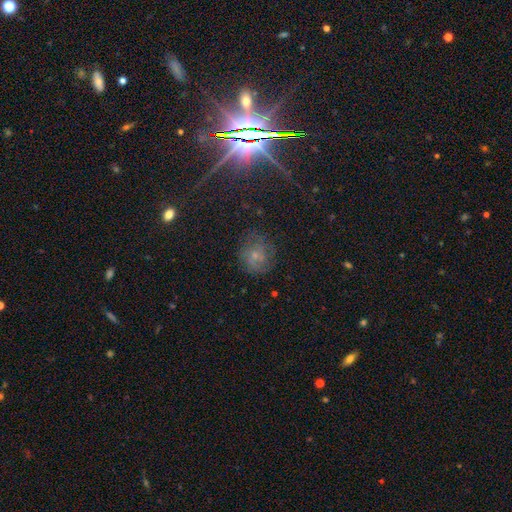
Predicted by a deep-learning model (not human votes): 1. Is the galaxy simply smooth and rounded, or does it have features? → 47% smooth, 34% featured or disk, 19% star or artifact.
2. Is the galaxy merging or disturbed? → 67% none, 20% minor disturbance, 11% major disturbance, 3% merger.